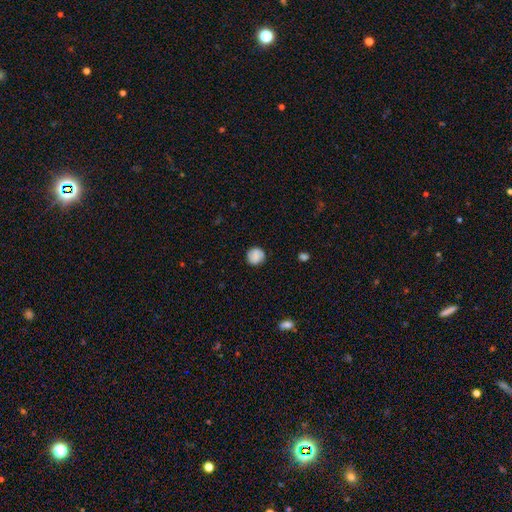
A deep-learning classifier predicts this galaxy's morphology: A smooth galaxy with no disk features (79%) that is round (87%).

Vote fractions:
- Smooth or featured? smooth: 79% / featured or disk: 12% / star or artifact: 9%
- How rounded? round: 87% / in between: 12% / cigar-shaped: 1%
- Merging? none: 81% / minor disturbance: 14% / major disturbance: 4% / merger: 2%